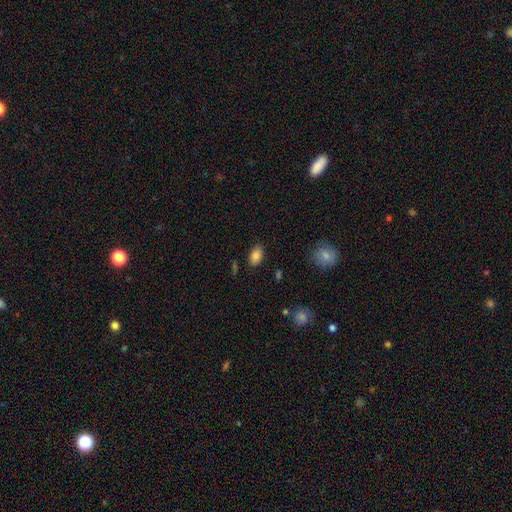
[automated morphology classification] This appears to be a smooth galaxy with no disk features (83%) that is in between round and cigar-shaped (91%). Merging: none (84%).